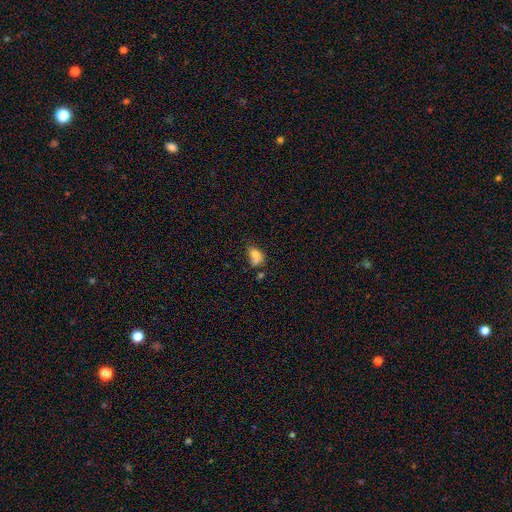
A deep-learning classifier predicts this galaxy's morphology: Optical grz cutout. It shows a smooth galaxy with no disk features (74%) that is in between round and cigar-shaped (80%). Merging: none (33%).